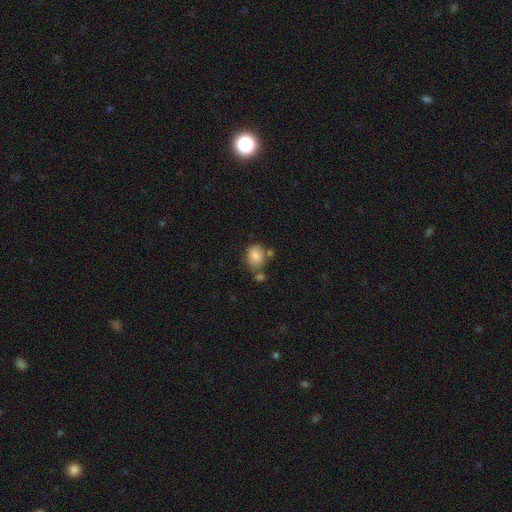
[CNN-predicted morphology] The model was most divided on "how rounded": round: 51%, in between: 48%, cigar-shaped: 1%. More confident: smooth or featured — smooth (81%); merging — none (56%).